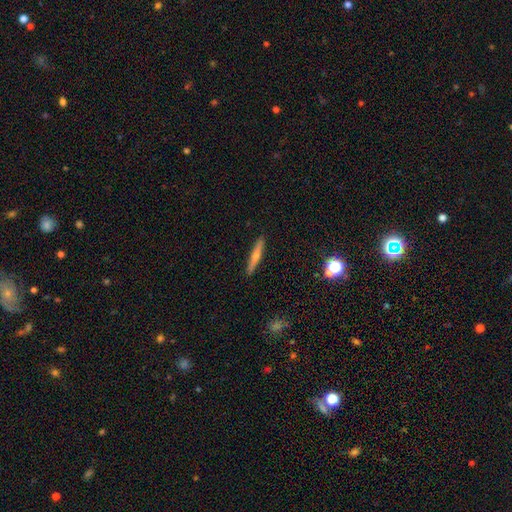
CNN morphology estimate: smooth_or_featured: featured or disk (p=0.54) [alt: smooth p=0.38]
disk_edge_on: yes (p=0.95) [alt: no p=0.05]
edge_on_bulge: rounded (p=0.83) [alt: none p=0.14]
merging: none (p=0.91) [alt: minor disturbance p=0.06]